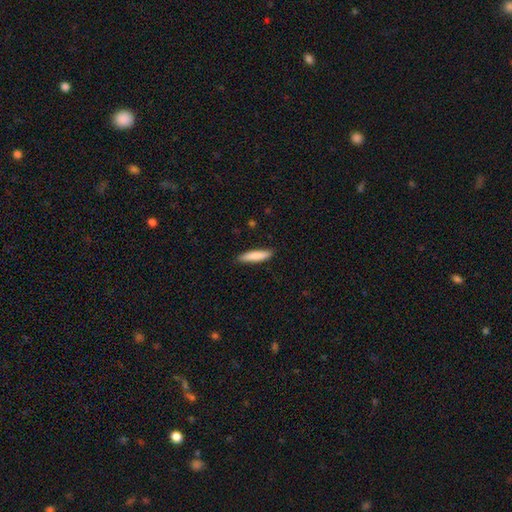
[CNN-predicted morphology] smooth_or_featured: smooth (p=0.84) [alt: featured or disk p=0.10]
how_rounded: cigar-shaped (p=0.81) [alt: in between p=0.18]
merging: none (p=0.87) [alt: minor disturbance p=0.10]